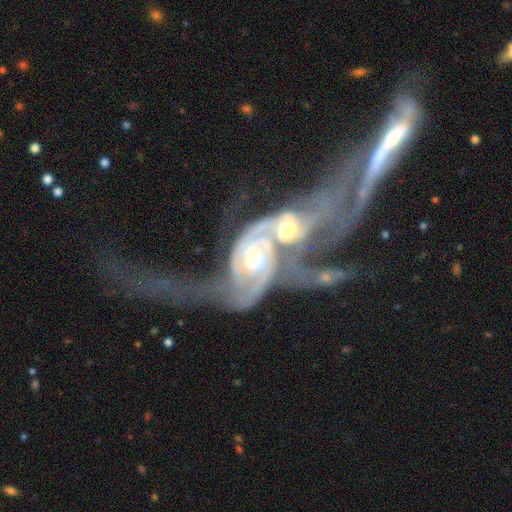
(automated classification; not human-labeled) Overall: featured or disk (90%). Edge-on disk: no (97%). Bar: no (62%; weak 28%). Spiral arms: yes (95%). Spiral arm count: 2 (61%). Spiral winding: tight (44%; medium 35%). Bulge size: moderate (65%; small 26%). Merging: merger (81%).